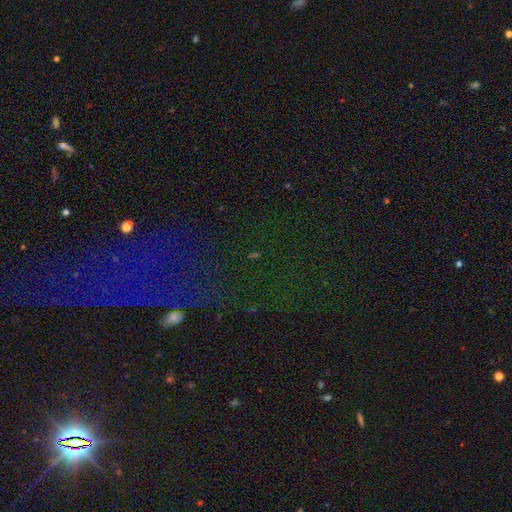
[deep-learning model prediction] Smooth or featured: star or artifact — 75% (smooth — 13%)